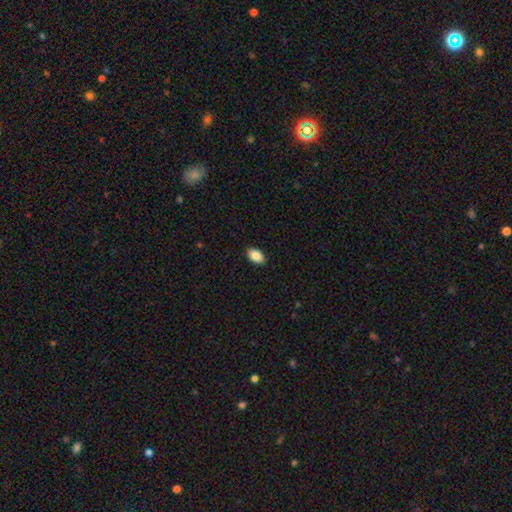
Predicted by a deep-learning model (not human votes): Smooth or featured? Predicted: smooth (p=0.86). How rounded? Predicted: in between (p=0.92). Merging? Predicted: none (p=0.90).